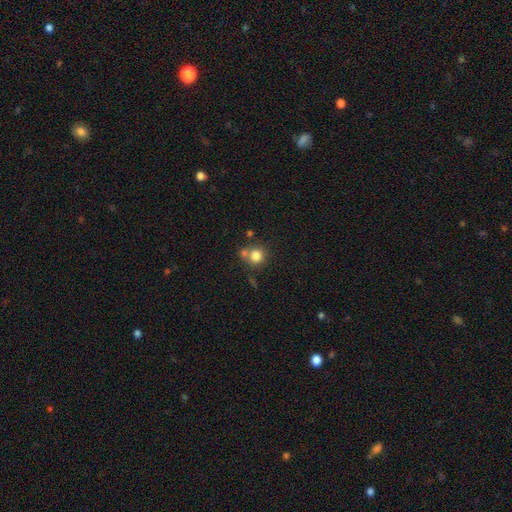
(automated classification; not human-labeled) smooth-or-featured: smooth: 80% | star or artifact: 11% | featured or disk: 8%
  how-rounded: round: 87% | in between: 12% | cigar-shaped: 1%
  merging: none: 57% | merger: 29% | minor disturbance: 10% | major disturbance: 4%